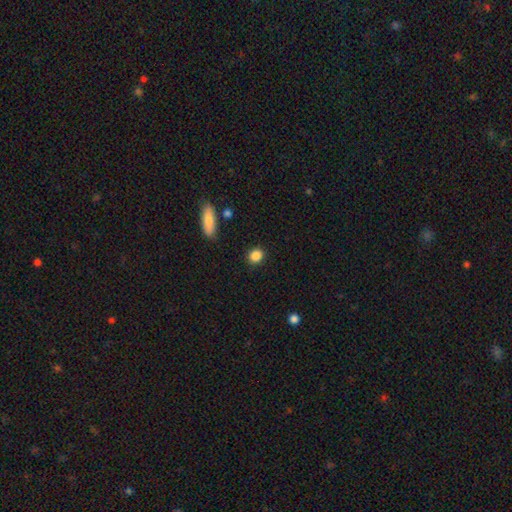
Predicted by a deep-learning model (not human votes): Smooth or featured? smooth (87%)
How rounded? round (70%)
Merging? none (89%)